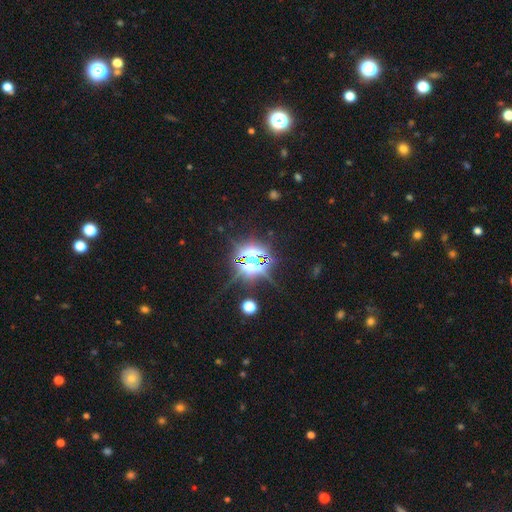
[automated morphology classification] This is clearly a star or artifact rather than a galaxy (83%).